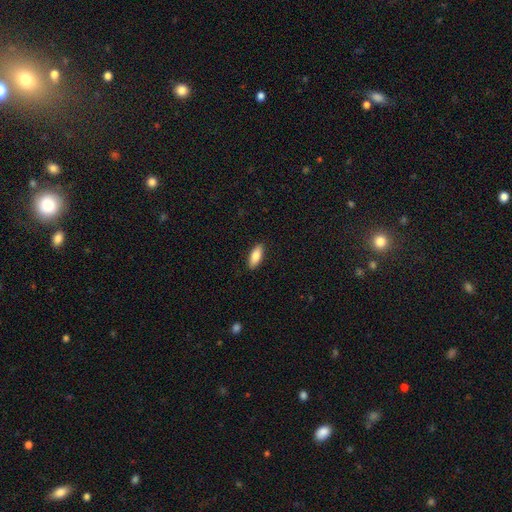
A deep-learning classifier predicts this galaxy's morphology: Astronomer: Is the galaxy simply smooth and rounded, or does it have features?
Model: smooth — 83%.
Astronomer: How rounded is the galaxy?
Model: in between — 76%.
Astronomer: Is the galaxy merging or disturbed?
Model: none — 88%.